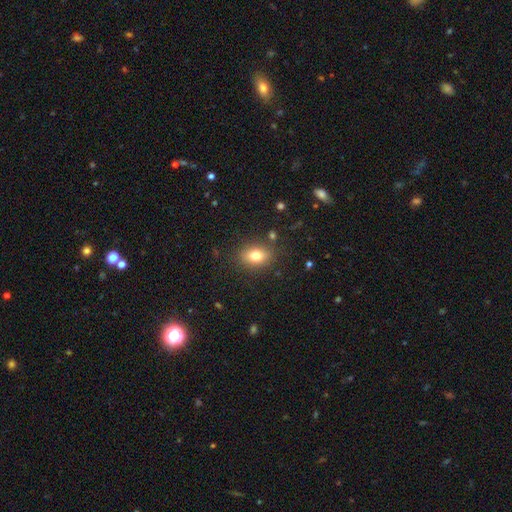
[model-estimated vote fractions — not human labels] Smooth or featured: smooth — 78% (featured or disk — 11%)
How rounded: in between — 72% (round — 27%)
Merging: none — 84% (minor disturbance — 10%)